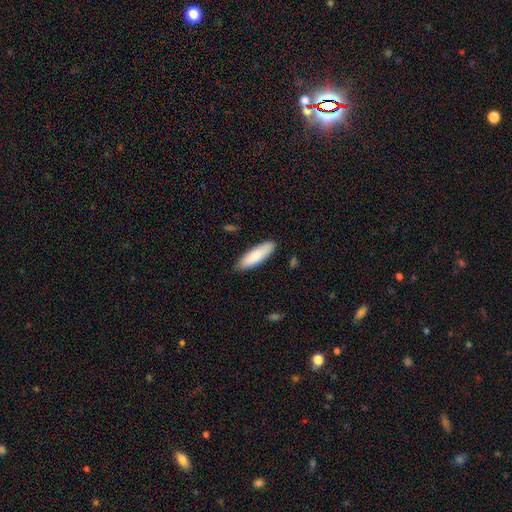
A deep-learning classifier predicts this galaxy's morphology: Smooth or featured? Predicted: smooth (p=0.84). How rounded? Predicted: in between (p=0.52). Merging? Predicted: none (p=0.85).